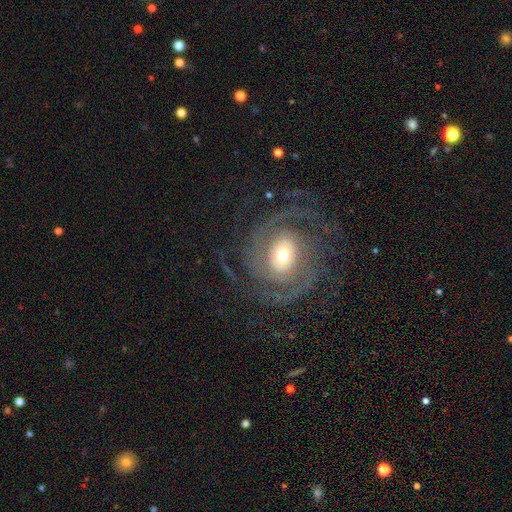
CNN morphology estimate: A featured or disk galaxy (85%) with a weak bar (38%), 2 (41%) tight (68%) spiral arms (96%) and a moderate central bulge (58%). Merging: none (80%).